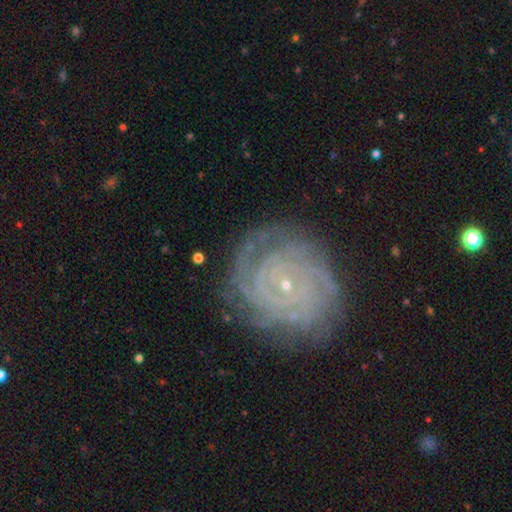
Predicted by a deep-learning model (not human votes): Overall: featured or disk (85%). Edge-on disk: no (97%). Bar: no (76%). Spiral arms: yes (97%). Spiral arm count: can't tell (24%; 4 22%). Spiral winding: tight (85%). Bulge size: small (89%). Merging: none (80%).